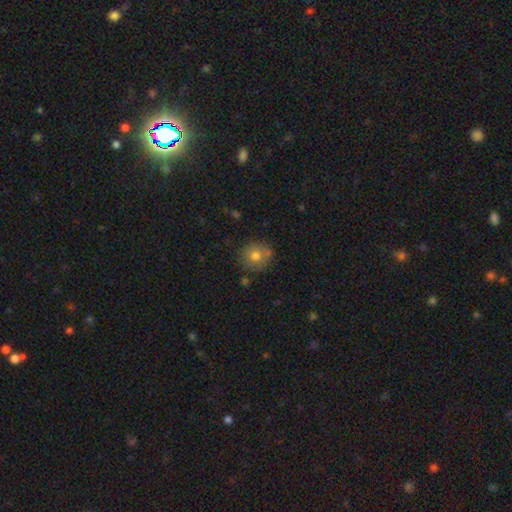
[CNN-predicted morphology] A smooth galaxy with no disk features (74%) that is round (88%). Merging: none (74%).